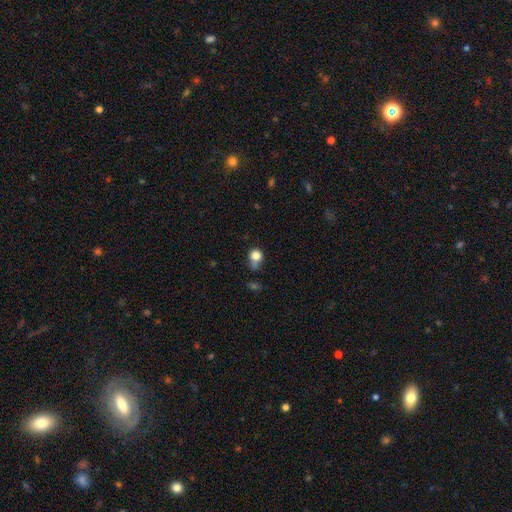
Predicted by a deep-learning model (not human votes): This is likely a smooth galaxy (80%). How rounded: likely round (77%). Merging: marginally none (45%).